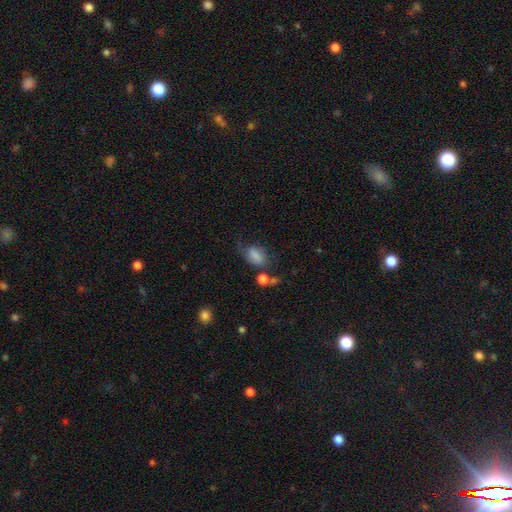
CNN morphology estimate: A smooth galaxy with no disk features (74%) that is in between round and cigar-shaped (81%).

Vote fractions:
- Smooth or featured? smooth: 74% / featured or disk: 15% / star or artifact: 10%
- How rounded? in between: 81% / round: 17% / cigar-shaped: 2%
- Merging? none: 39% / minor disturbance: 28% / major disturbance: 22% / merger: 11%